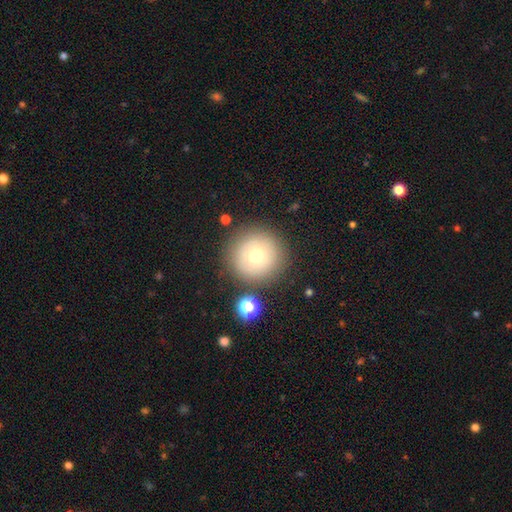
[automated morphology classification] A smooth galaxy with no disk features (70%) that is round (96%).

Vote fractions:
- Smooth or featured? smooth: 70% / featured or disk: 17% / star or artifact: 12%
- How rounded? round: 96% / in between: 3% / cigar-shaped: 1%
- Merging? none: 83% / minor disturbance: 9% / merger: 5% / major disturbance: 4%